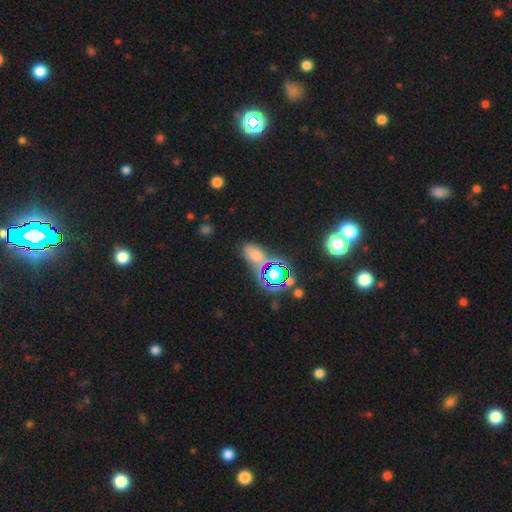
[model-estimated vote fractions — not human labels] smooth-or-featured: smooth: 55% | star or artifact: 36% | featured or disk: 8%
  how-rounded: in between: 82% | round: 13% | cigar-shaped: 6%
  merging: none: 63% | minor disturbance: 18% | merger: 11% | major disturbance: 8%